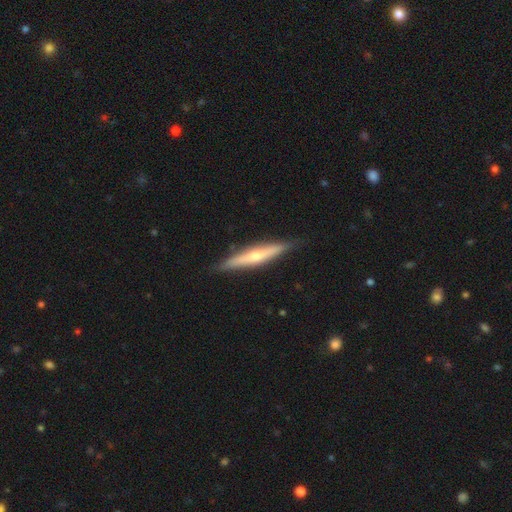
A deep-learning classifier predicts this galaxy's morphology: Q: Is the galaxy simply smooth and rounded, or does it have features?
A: featured or disk — 59%.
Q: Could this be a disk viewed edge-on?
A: yes — 95%.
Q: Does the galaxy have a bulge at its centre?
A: rounded — 75%.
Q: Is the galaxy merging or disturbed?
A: none — 87%.